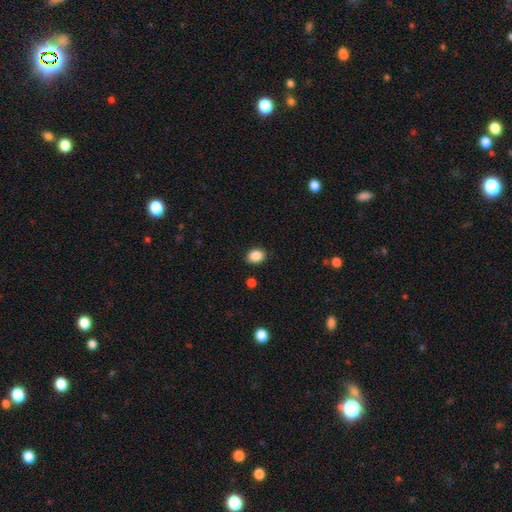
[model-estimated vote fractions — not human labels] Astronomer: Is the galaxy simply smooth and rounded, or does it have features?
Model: smooth — 88%.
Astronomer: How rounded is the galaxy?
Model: in between — 66%.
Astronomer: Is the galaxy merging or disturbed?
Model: none — 88%.